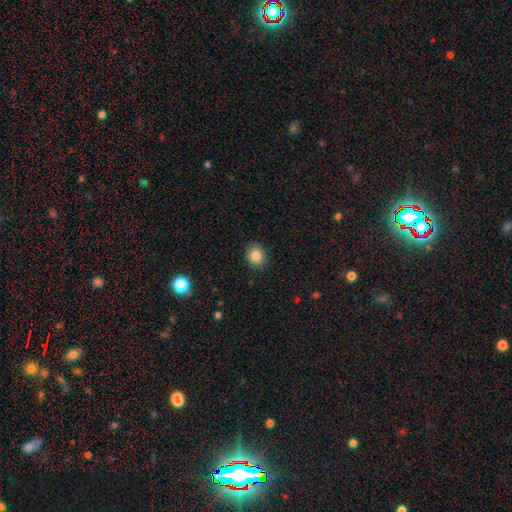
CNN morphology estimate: Overall: smooth (85%). How rounded: round (70%). Merging: none (90%).